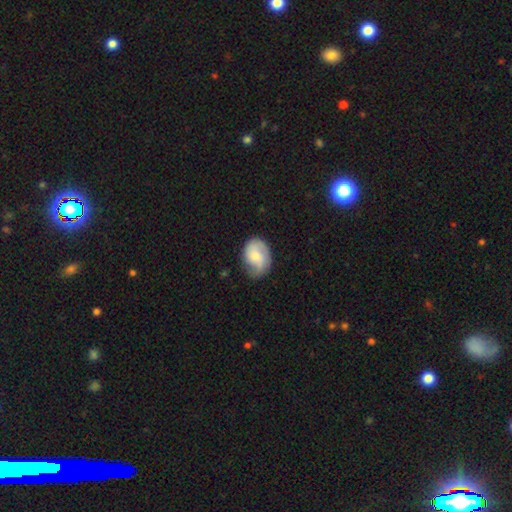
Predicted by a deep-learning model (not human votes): Overall: smooth (49%; featured or disk 44%). Merging: none (63%; minor disturbance 27%).